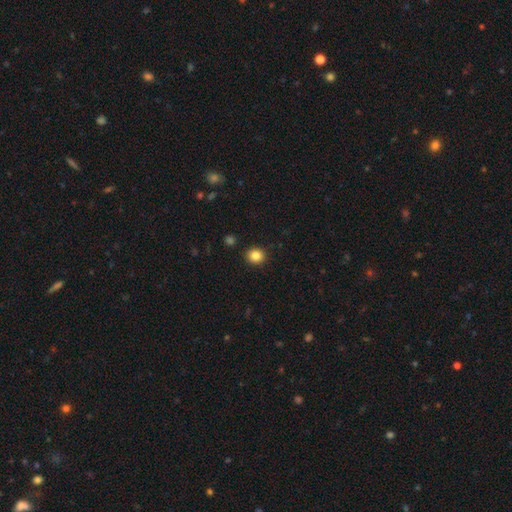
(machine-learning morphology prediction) smooth-or-featured: smooth: 84% | star or artifact: 11% | featured or disk: 5%
  how-rounded: round: 82% | in between: 17% | cigar-shaped: 1%
  merging: none: 91% | minor disturbance: 6% | major disturbance: 2% | merger: 1%